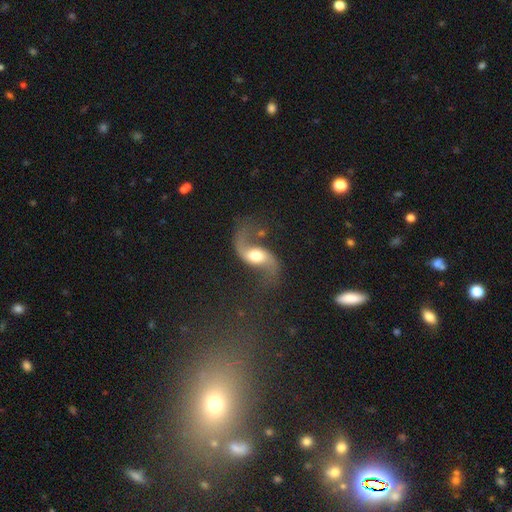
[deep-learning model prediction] Smooth or featured: featured or disk — 86% (smooth — 9%)
Edge-on disk: no — 96% (yes — 4%)
Bar: no — 48% (weak — 33%)
Spiral arms: yes — 95% (no — 5%)
Spiral winding: loose — 88% (medium — 9%)
Spiral arm count: 2 — 93% (1 — 3%)
Bulge size: moderate — 57% (large — 29%)
Merging: none — 64% (major disturbance — 16%)